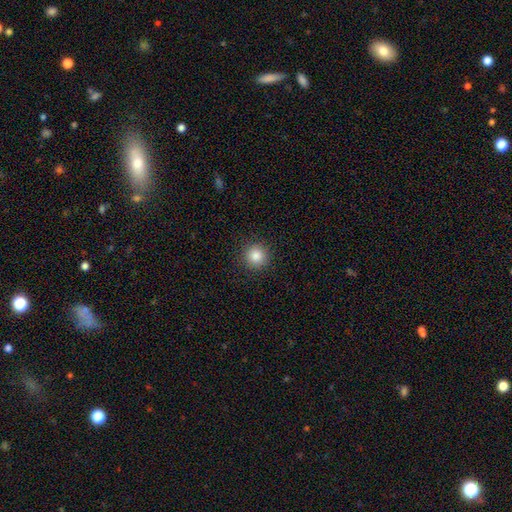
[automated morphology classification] Smooth or featured? smooth (85%)
How rounded? round (95%)
Merging? none (92%)